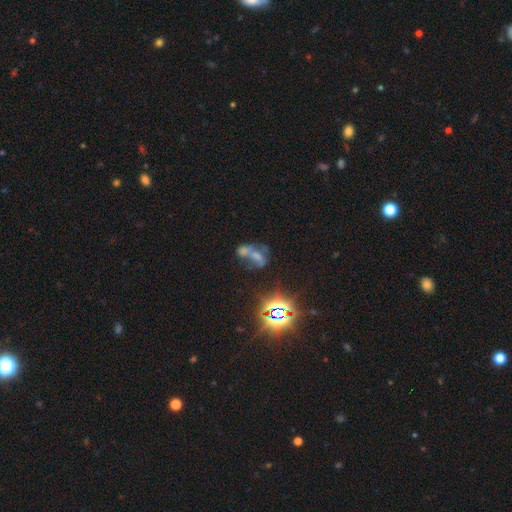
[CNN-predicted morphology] featured or disk 37%, star or artifact 35%, smooth 28%. Down the decision tree: merging — merger (59%).